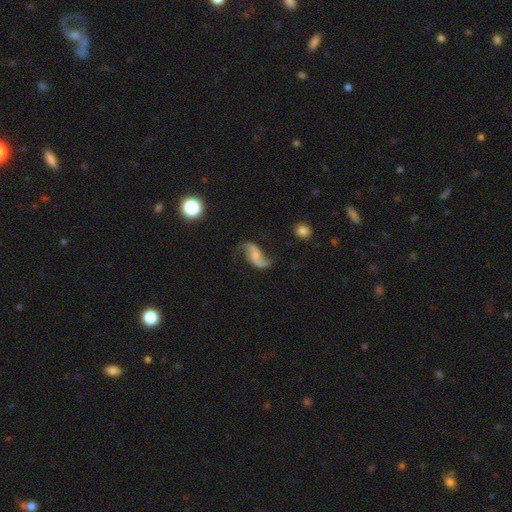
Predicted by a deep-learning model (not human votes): The model was most divided on "bar": no: 47%, weak: 38%, strong: 15%. Remaining: edge-on disk — no (97%); spiral arms — yes (96%); spiral arm count — 2 (93%); smooth or featured — featured or disk (85%); spiral winding — loose (83%); merging — none (69%); bulge size — small (48%).